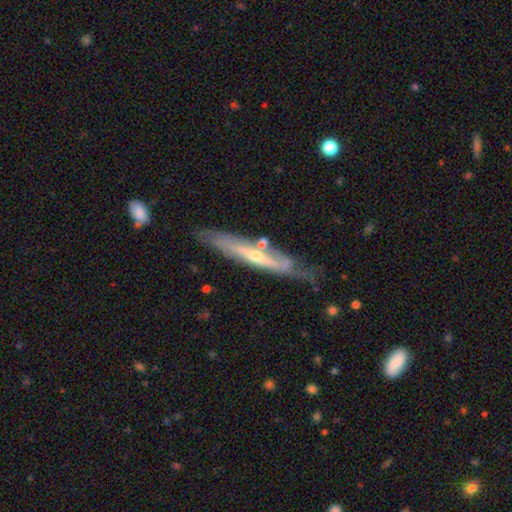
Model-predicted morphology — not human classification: featured or disk 71%, smooth 23%, star or artifact 6%. Down the decision tree: edge-on disk — yes (70%); edge-on bulge — rounded (64%); merging — none (65%).